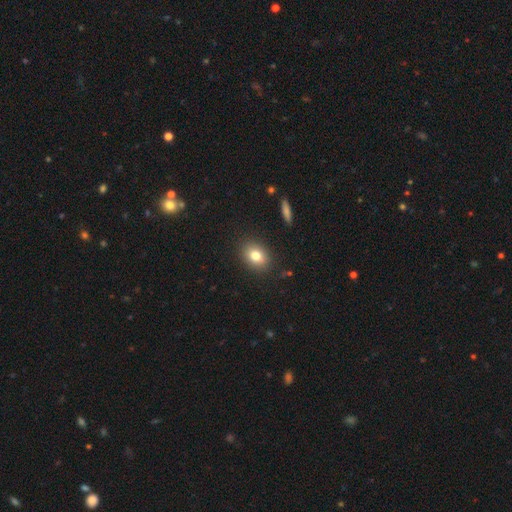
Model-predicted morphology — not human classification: smooth 79%, featured or disk 11%, star or artifact 10%. Down the decision tree: how rounded — in between (62%); merging — none (87%).